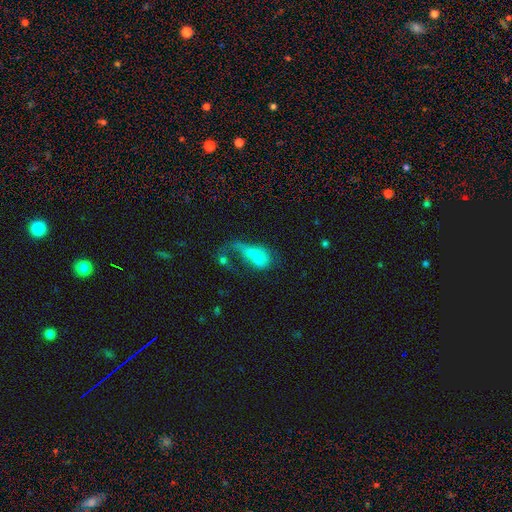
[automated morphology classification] type=smooth (55%); roundness=in between (75%); merging=merger (45%).